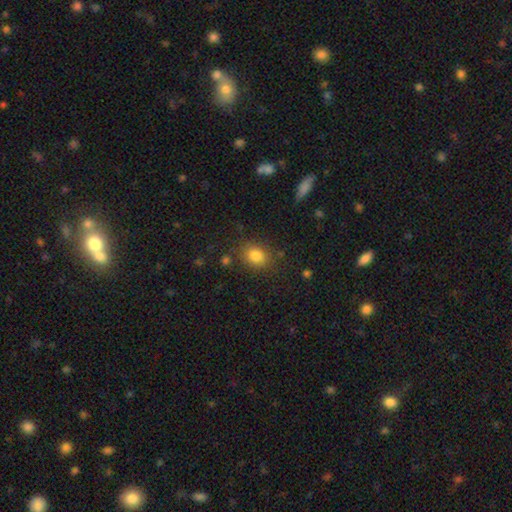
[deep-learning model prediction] smooth 82%, star or artifact 11%, featured or disk 7%. Down the decision tree: how rounded — round (54%); merging — none (80%).